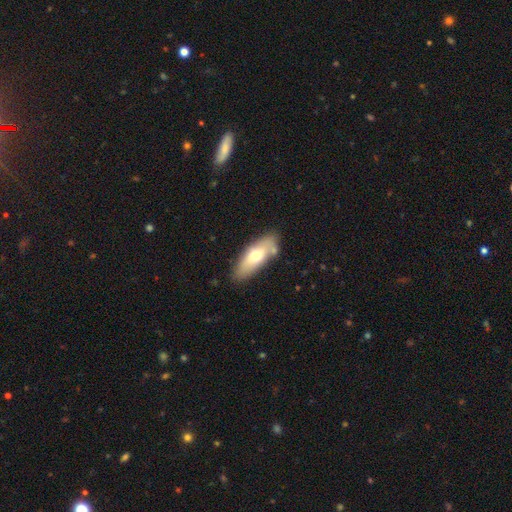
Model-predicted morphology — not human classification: type=smooth (62%); roundness=in between (70%); merging=none (74%).